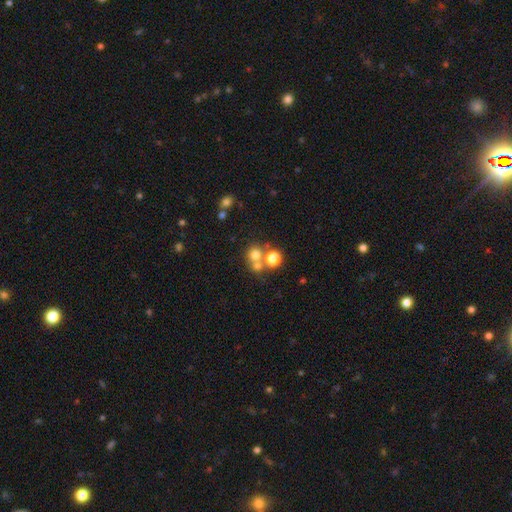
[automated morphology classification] A smooth galaxy with no disk features (68%) that is round (86%).

Vote fractions:
- Smooth or featured? smooth: 68% / star or artifact: 18% / featured or disk: 14%
- How rounded? round: 86% / in between: 13% / cigar-shaped: 1%
- Merging? none: 48% / merger: 41% / minor disturbance: 7% / major disturbance: 4%